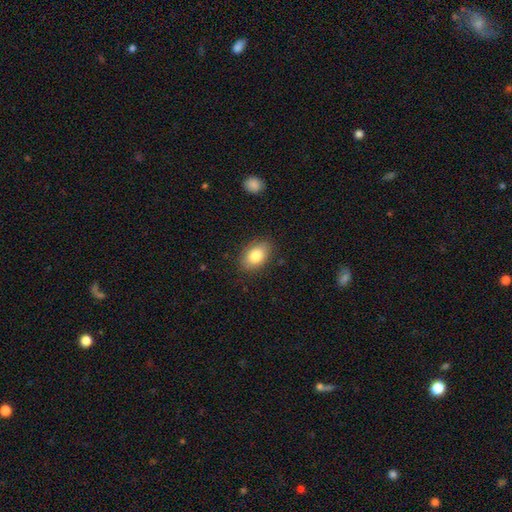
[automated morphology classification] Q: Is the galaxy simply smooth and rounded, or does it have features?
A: smooth — 83%.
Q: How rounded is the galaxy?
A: in between — 85%.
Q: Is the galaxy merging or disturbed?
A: none — 84%.